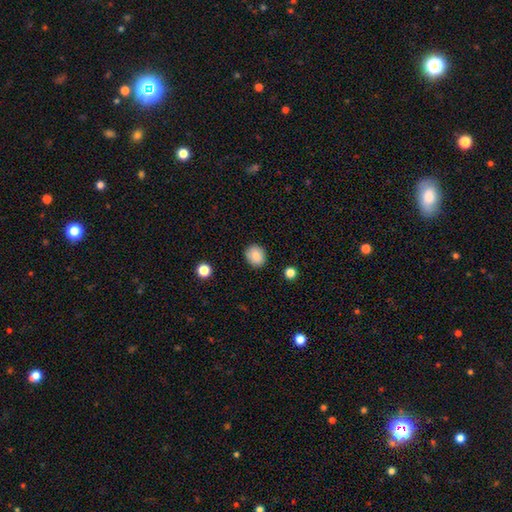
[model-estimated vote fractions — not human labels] Overall: smooth (85%). How rounded: round (75%). Merging: none (88%).